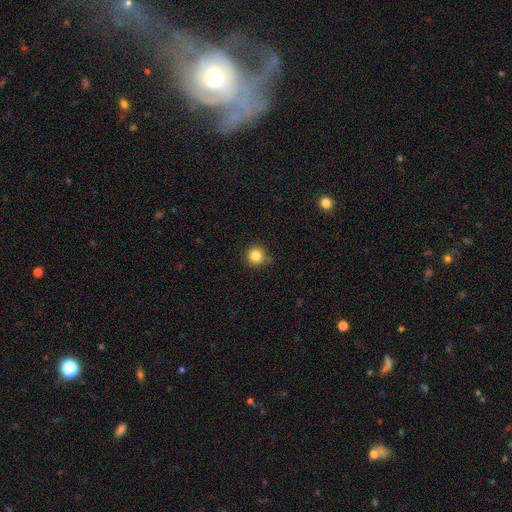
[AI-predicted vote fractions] Smooth or featured? smooth (84%)
How rounded? round (94%)
Merging? none (83%)